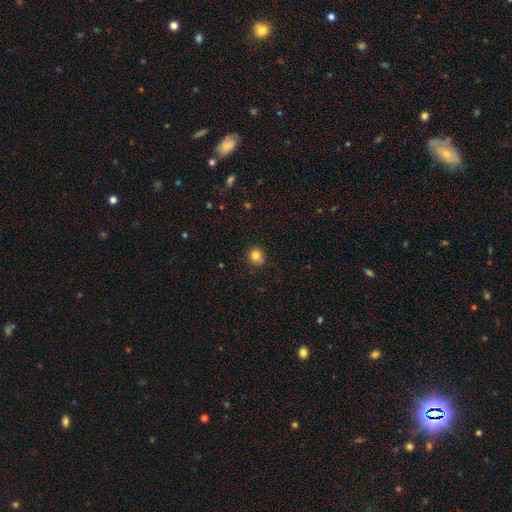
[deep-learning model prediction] This is clearly a smooth galaxy (82%). How rounded: clearly round (85%). Merging: clearly none (84%).